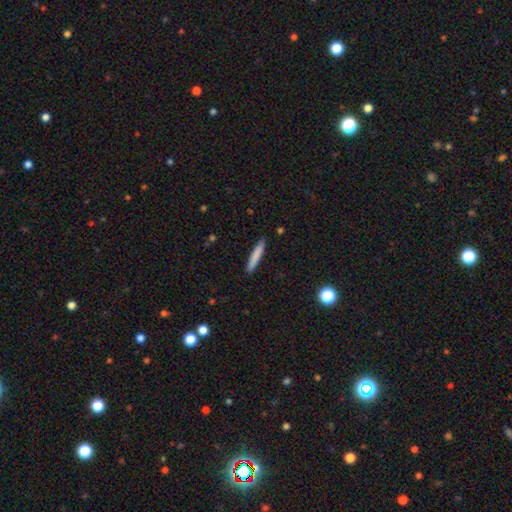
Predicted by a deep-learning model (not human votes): Morphology: type=smooth (79%); roundness=cigar-shaped (94%); merging=none (90%).